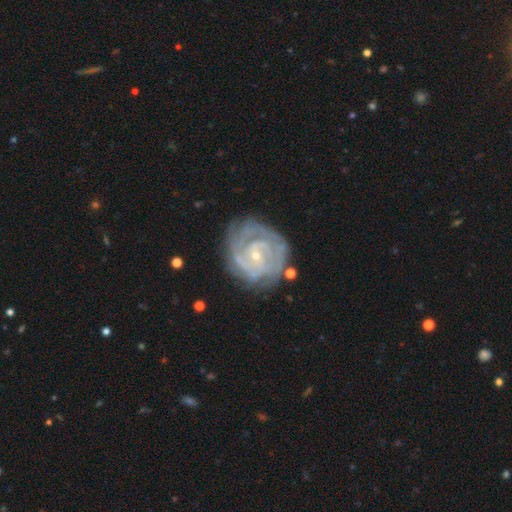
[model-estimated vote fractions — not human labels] A featured or disk galaxy (86%) with no bar (58%), tight (72%) spiral arms (94%) and a small central bulge (79%).

Vote fractions:
- Smooth or featured? featured or disk: 86% / smooth: 8% / star or artifact: 6%
- Edge-on disk? no: 98% / yes: 2%
- Bar? no: 58% / weak: 33% / strong: 9%
- Spiral arms? yes: 94% / no: 6%
- Spiral winding? tight: 72% / medium: 23% / loose: 5%
- Spiral arm count? can't tell: 30% / 2: 29% / 3: 20% / 4: 10% / 1: 5% / more than 4: 5%
- Bulge size? small: 79% / moderate: 17% / none: 2% / large: 1% / dominant: 1%
- Merging? none: 70% / minor disturbance: 19% / major disturbance: 8% / merger: 2%